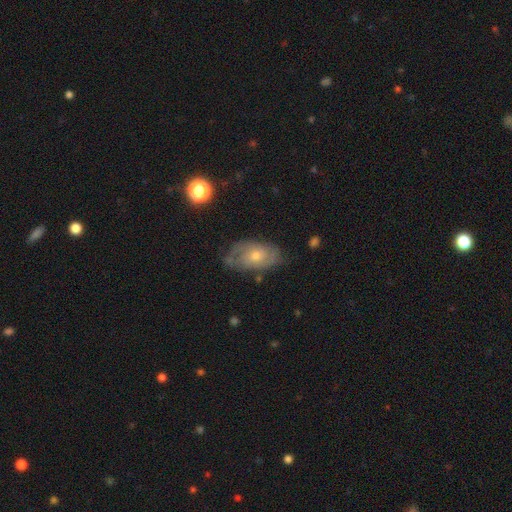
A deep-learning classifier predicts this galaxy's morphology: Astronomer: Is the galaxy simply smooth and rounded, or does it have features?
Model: featured or disk — 65%.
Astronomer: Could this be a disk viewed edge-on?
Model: no — 94%.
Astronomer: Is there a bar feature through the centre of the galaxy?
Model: no — 78%.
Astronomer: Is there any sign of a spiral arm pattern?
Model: yes — 81%.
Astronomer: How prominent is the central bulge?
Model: moderate — 50% (runner-up: small, 45%).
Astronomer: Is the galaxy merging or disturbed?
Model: none — 65%.